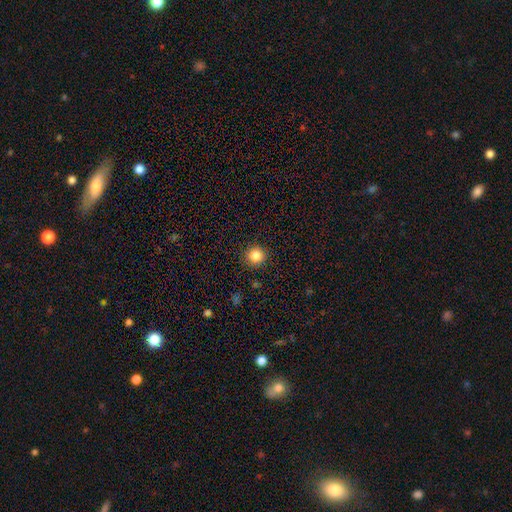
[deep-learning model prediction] Smooth or featured: smooth — 86% (star or artifact — 11%)
How rounded: round — 93% (in between — 6%)
Merging: none — 91% (minor disturbance — 6%)